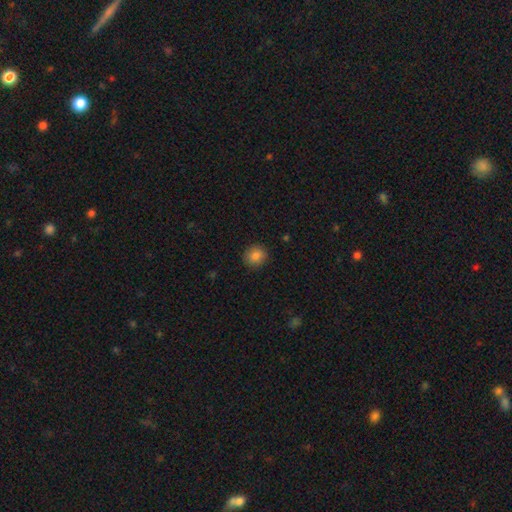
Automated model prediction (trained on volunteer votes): Smooth or featured?
  - smooth: 85% *
  - star or artifact: 10%
  - featured or disk: 5%
How rounded?
  - round: 88% *
  - in between: 11%
  - cigar-shaped: 1%
Merging?
  - none: 90% *
  - minor disturbance: 7%
  - major disturbance: 2%
  - merger: 1%